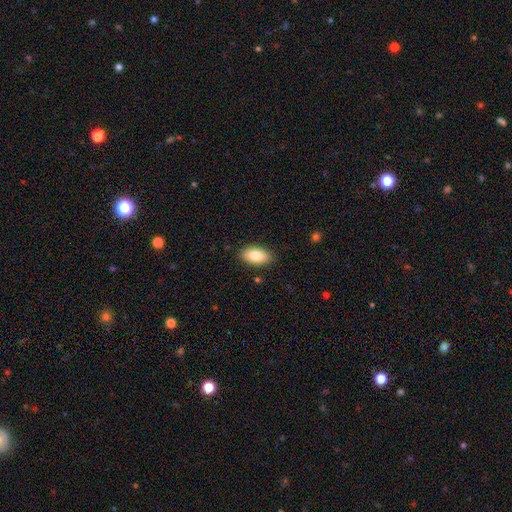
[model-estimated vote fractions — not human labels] A smooth galaxy with no disk features (83%) that is in between round and cigar-shaped (93%). Merging: none (88%).